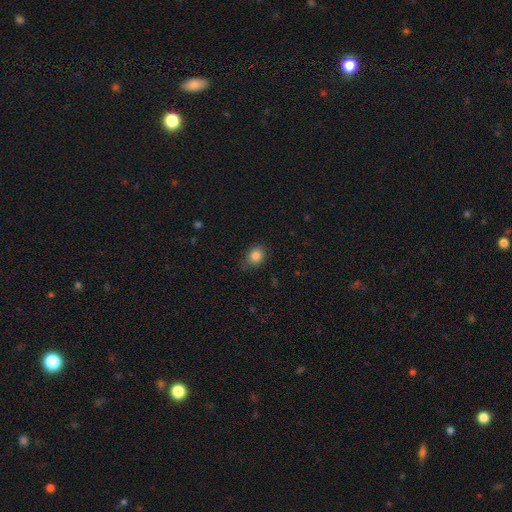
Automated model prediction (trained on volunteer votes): Morphology: type=smooth (83%); roundness=round (54%); merging=none (77%).